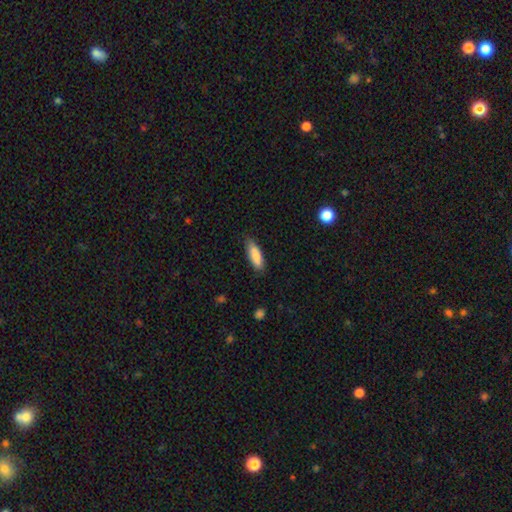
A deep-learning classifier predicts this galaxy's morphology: This is clearly a smooth galaxy (87%). How rounded: possibly in between (51%). Merging: clearly none (80%).